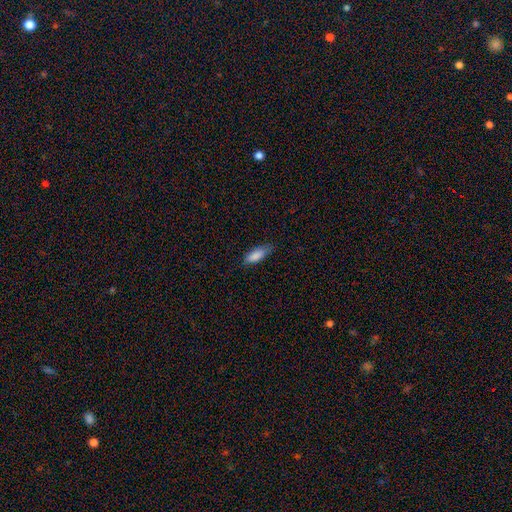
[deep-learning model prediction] Morphology: type=smooth (86%); roundness=in between (65%); merging=none (74%).